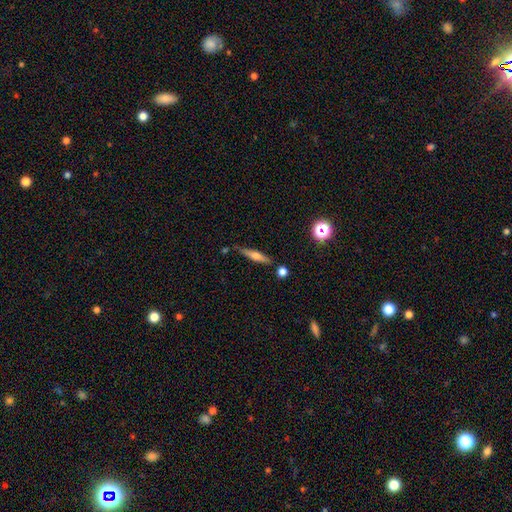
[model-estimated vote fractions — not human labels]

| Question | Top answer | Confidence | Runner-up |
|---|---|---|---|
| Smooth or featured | featured or disk | 47% | smooth (45%) |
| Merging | none | 78% | minor disturbance (13%) |